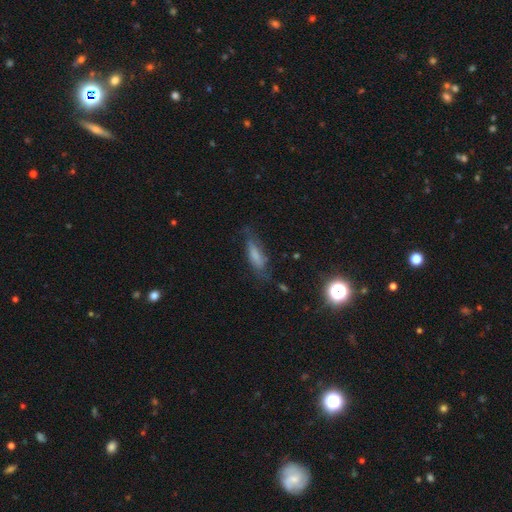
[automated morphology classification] smooth 59%, featured or disk 31%, star or artifact 11%. Down the decision tree: how rounded — in between (49%, tied with cigar-shaped); merging — none (59%).